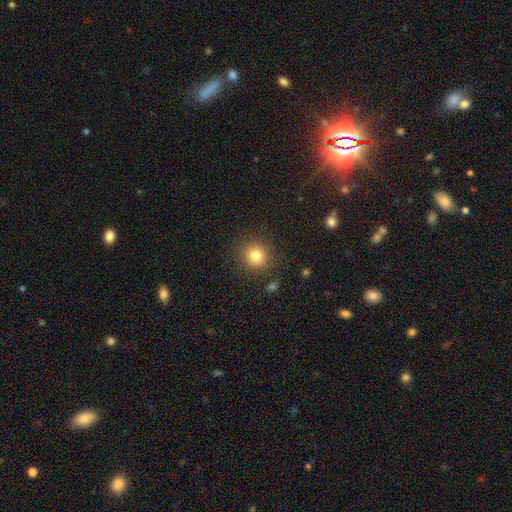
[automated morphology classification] Q: Smooth or featured?
A: smooth (81%); runner-up: star or artifact (12%)
Q: How rounded?
A: round (92%); runner-up: in between (7%)
Q: Merging?
A: none (87%); runner-up: minor disturbance (8%)